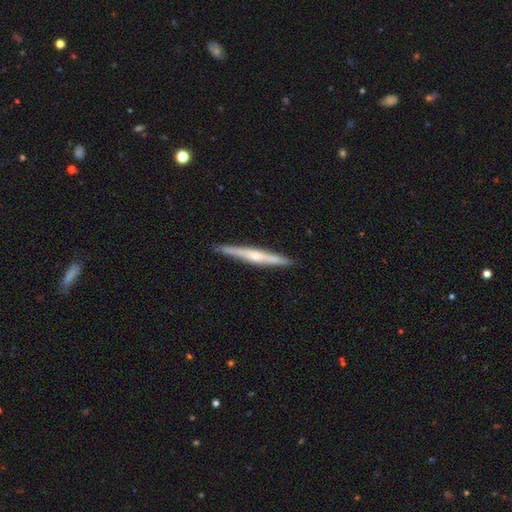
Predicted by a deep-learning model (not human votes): A featured or disk galaxy (64%) viewed edge-on (98%) with a rounded central bulge (61%). Merging: none (90%).